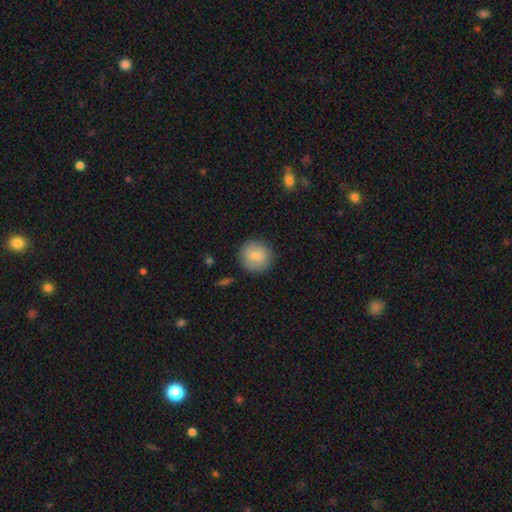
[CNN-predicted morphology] smooth_or_featured: smooth (p=0.82) [alt: featured or disk p=0.11]
how_rounded: round (p=0.93) [alt: in between p=0.06]
merging: none (p=0.87) [alt: minor disturbance p=0.09]